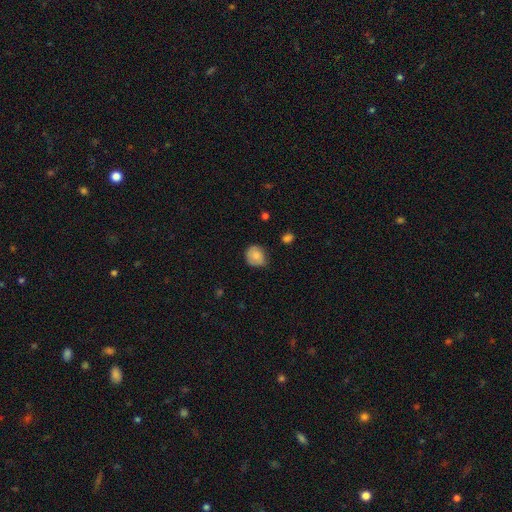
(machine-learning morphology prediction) A smooth galaxy with no disk features (80%) that is round (71%).

Vote fractions:
- Smooth or featured? smooth: 80% / featured or disk: 12% / star or artifact: 8%
- How rounded? round: 71% / in between: 28% / cigar-shaped: 1%
- Merging? none: 60% / minor disturbance: 33% / major disturbance: 6% / merger: 2%